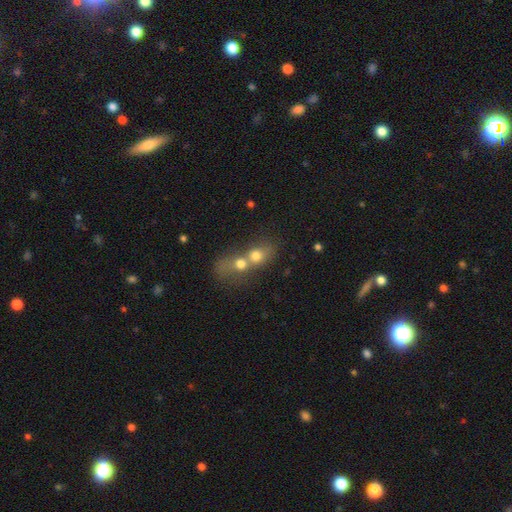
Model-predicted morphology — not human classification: smooth-or-featured: smooth: 68% | featured or disk: 20% | star or artifact: 12%
  how-rounded: round: 57% | in between: 41% | cigar-shaped: 3%
  merging: merger: 78% | none: 13% | major disturbance: 5% | minor disturbance: 4%